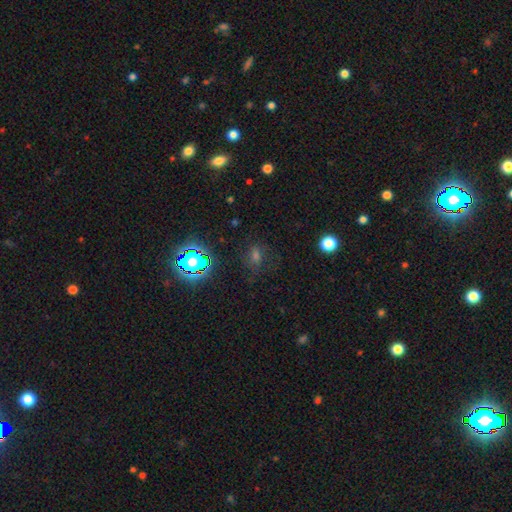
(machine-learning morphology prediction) Q: Smooth or featured?
A: smooth (46%); runner-up: star or artifact (41%)
Q: Merging?
A: none (73%); runner-up: minor disturbance (16%)